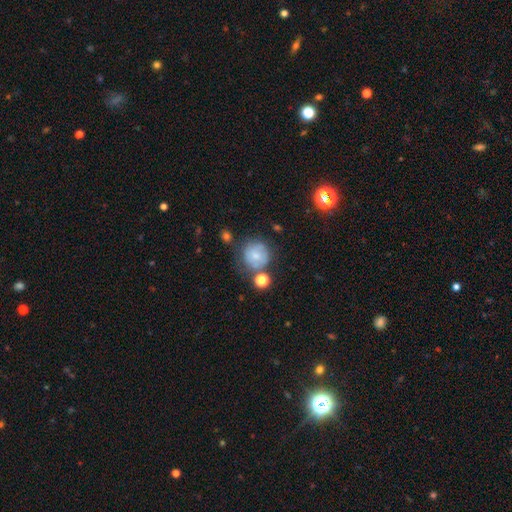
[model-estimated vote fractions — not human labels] A smooth galaxy with no disk features (59%) that is round (88%).

Vote fractions:
- Smooth or featured? smooth: 59% / featured or disk: 31% / star or artifact: 10%
- How rounded? round: 88% / in between: 11% / cigar-shaped: 1%
- Merging? none: 55% / minor disturbance: 22% / merger: 13% / major disturbance: 10%